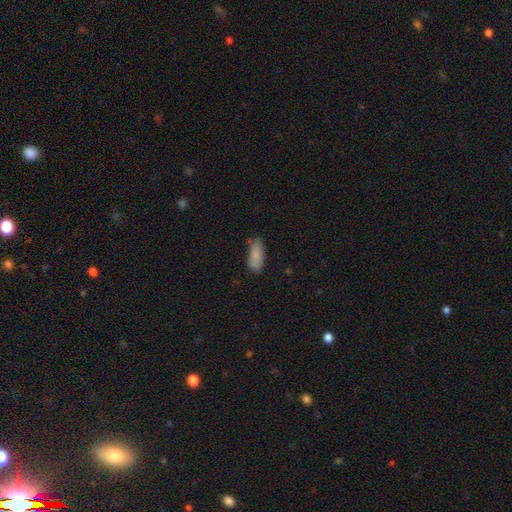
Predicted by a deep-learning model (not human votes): smooth_or_featured: smooth (p=0.85) [alt: featured or disk p=0.08]
how_rounded: in between (p=0.80) [alt: cigar-shaped p=0.18]
merging: none (p=0.73) [alt: minor disturbance p=0.20]